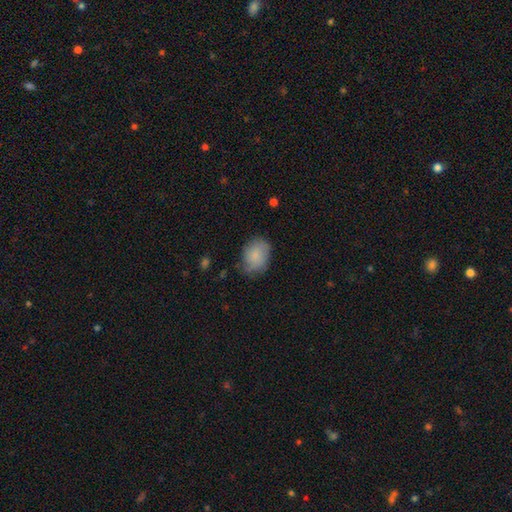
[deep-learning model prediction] Smooth or featured?
  - smooth: 80% *
  - featured or disk: 13%
  - star or artifact: 7%
How rounded?
  - in between: 70% *
  - round: 29%
  - cigar-shaped: 1%
Merging?
  - none: 64% *
  - minor disturbance: 28%
  - major disturbance: 7%
  - merger: 2%